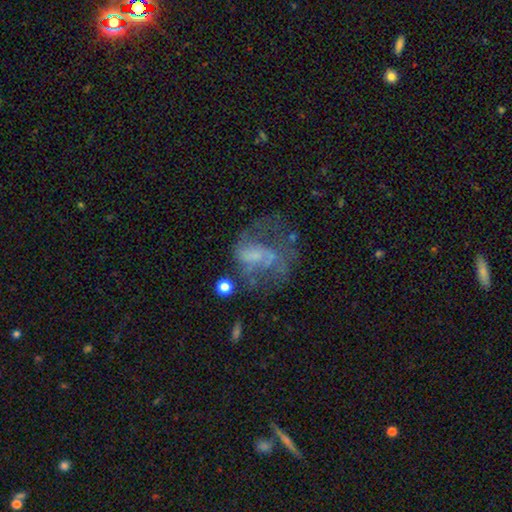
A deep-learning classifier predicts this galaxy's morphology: Overall: featured or disk (59%; smooth 24%). Edge-on disk: no (97%). Bar: no (65%; weak 28%). Spiral arms: no (56%; yes 44%). Bulge size: none (52%; small 30%). Merging: major disturbance (43%; none 33%).